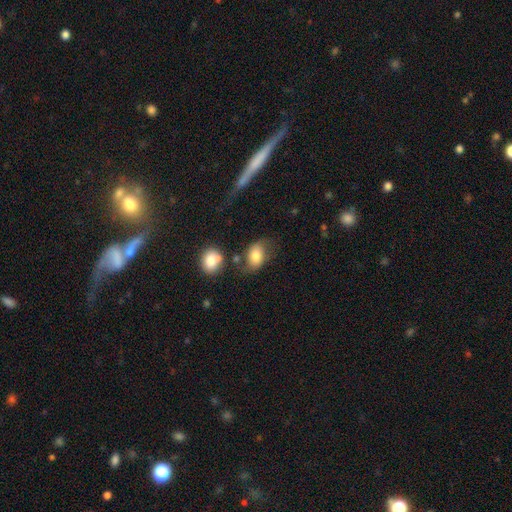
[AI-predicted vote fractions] This is likely a smooth galaxy (75%). How rounded: clearly in between (80%). Merging: possibly none (54%).